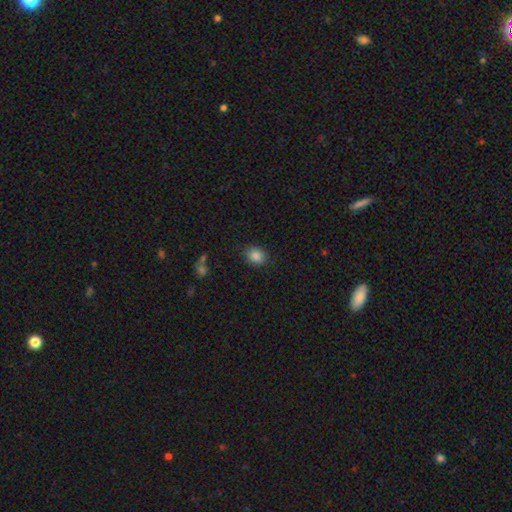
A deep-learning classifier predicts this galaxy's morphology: Smooth or featured: smooth — 86% (star or artifact — 10%)
How rounded: round — 58% (in between — 41%)
Merging: none — 86% (minor disturbance — 10%)